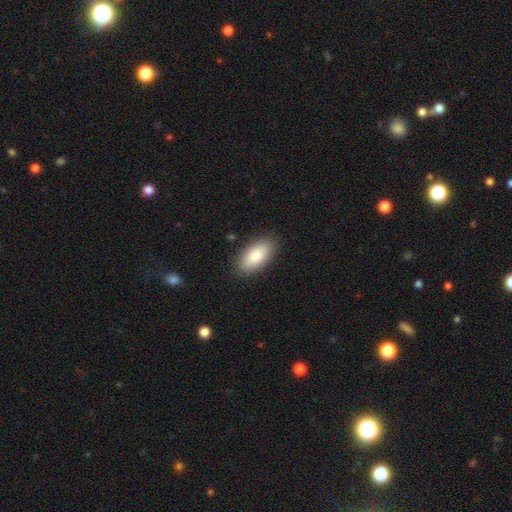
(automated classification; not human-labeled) This is clearly a smooth galaxy (83%). How rounded: clearly in between (91%). Merging: clearly none (88%).